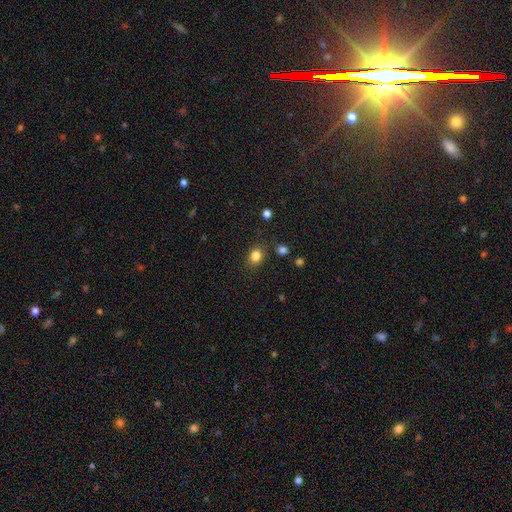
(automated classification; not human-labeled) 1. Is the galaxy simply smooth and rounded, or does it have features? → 82% smooth, 12% star or artifact, 6% featured or disk.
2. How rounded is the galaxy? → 52% in between, 46% round, 1% cigar-shaped.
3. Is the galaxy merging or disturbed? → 82% none, 11% minor disturbance, 3% merger, 3% major disturbance.